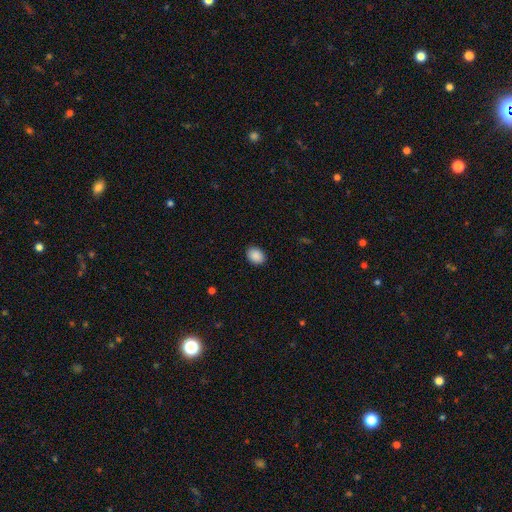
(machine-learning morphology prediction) Smooth or featured?
  - smooth: 90% *
  - star or artifact: 8%
  - featured or disk: 3%
How rounded?
  - in between: 66% *
  - round: 33%
  - cigar-shaped: 1%
Merging?
  - none: 90% *
  - minor disturbance: 7%
  - major disturbance: 2%
  - merger: 1%